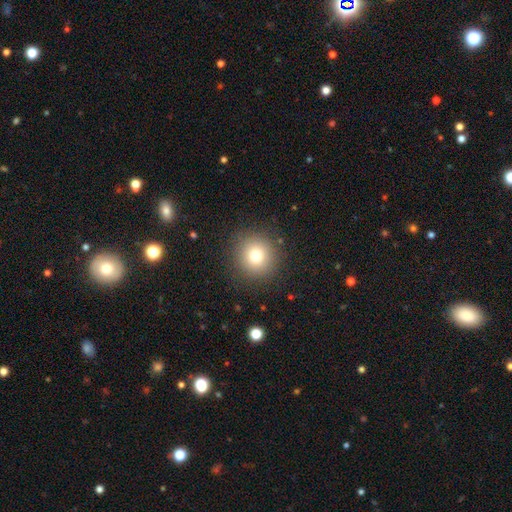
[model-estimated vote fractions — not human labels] This appears to be a smooth galaxy with no disk features (76%) that is round (93%). Merging: none (89%).